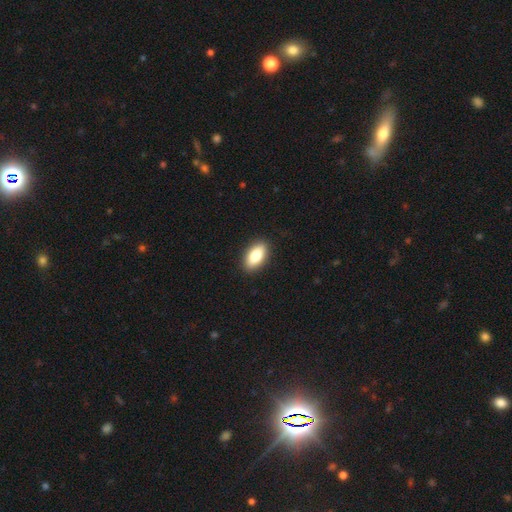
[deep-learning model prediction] smooth 83%, featured or disk 11%, star or artifact 7%. Down the decision tree: how rounded — in between (91%); merging — none (90%).